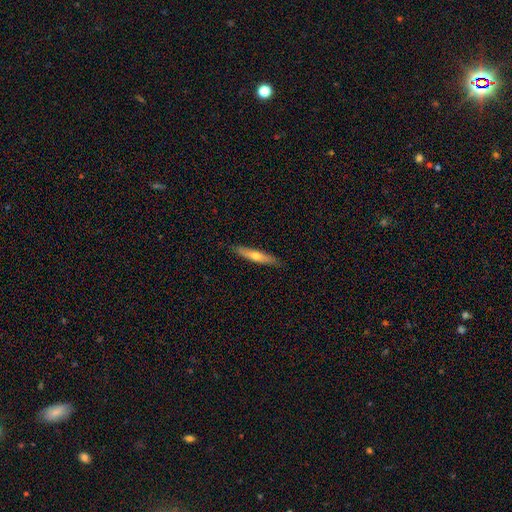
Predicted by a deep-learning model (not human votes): A smooth galaxy with no disk features (49%).

Vote fractions:
- Smooth or featured? smooth: 49% / featured or disk: 46% / star or artifact: 6%
- Merging? none: 88% / minor disturbance: 9% / major disturbance: 2% / merger: 1%